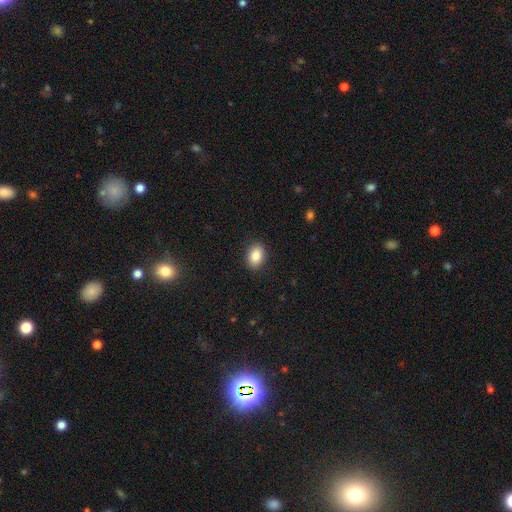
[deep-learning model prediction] The model was most divided on "how rounded": in between: 81%, round: 18%, cigar-shaped: 1%. More confident: merging — none (89%); smooth or featured — smooth (87%).